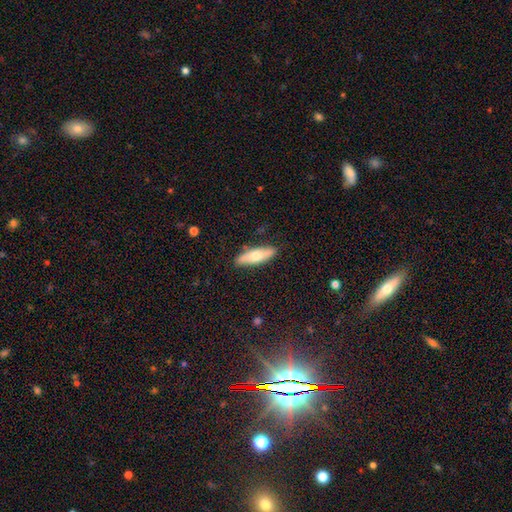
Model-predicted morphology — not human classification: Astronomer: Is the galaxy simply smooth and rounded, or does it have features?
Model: smooth — 67%.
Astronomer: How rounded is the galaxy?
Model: in between — 49%, tied with cigar-shaped at 49%.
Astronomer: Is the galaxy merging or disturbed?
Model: none — 85%.